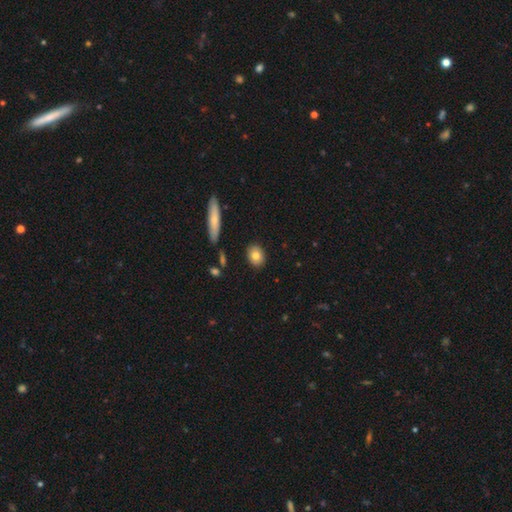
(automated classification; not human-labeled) Smooth or featured? smooth (79%)
How rounded? in between (54%)
Merging? none (88%)